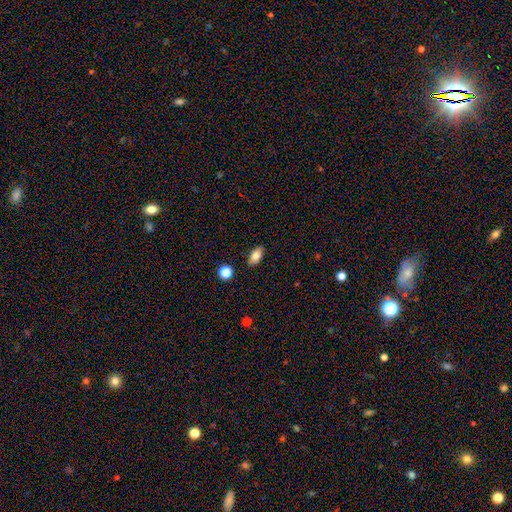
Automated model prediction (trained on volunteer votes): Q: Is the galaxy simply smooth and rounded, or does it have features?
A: smooth — 82%.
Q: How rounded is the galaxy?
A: in between — 89%.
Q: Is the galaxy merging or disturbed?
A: none — 87%.